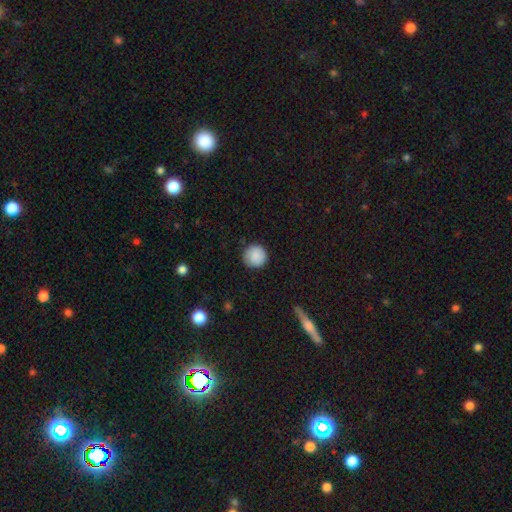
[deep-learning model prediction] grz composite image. It shows a smooth galaxy with no disk features (88%) that is round (95%). Merging: none (88%).